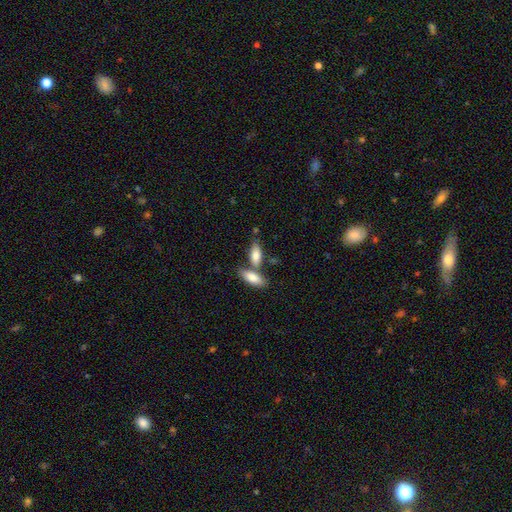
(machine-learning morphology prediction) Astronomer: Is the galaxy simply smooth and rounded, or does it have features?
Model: smooth — 81%.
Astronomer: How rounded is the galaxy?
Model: in between — 78%.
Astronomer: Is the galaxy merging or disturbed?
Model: none — 45% (runner-up: merger, 41%).